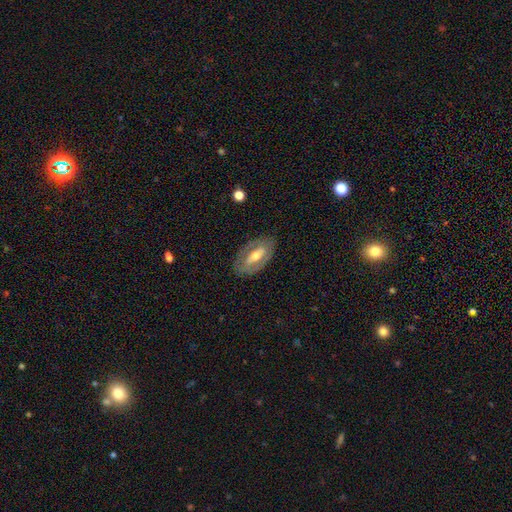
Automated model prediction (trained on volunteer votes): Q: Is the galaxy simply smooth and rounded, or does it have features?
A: featured or disk — 62%.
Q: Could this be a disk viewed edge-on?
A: no — 87%.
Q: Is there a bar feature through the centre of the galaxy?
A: weak — 34%.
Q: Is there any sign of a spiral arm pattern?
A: no — 59%.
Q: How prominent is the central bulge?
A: moderate — 64%.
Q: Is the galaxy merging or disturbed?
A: none — 81%.